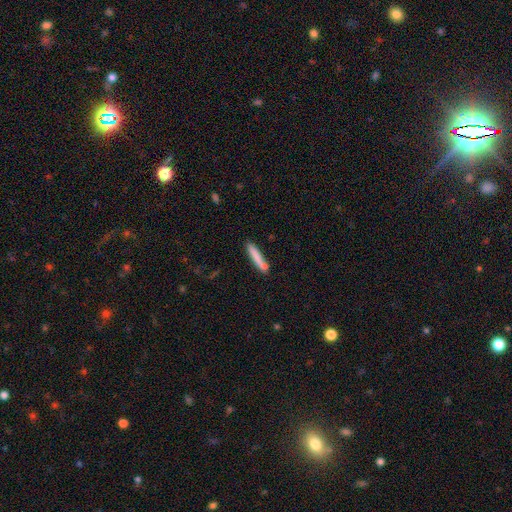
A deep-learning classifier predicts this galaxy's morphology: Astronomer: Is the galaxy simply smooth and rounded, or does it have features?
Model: smooth — 77%.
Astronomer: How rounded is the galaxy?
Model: cigar-shaped — 92%.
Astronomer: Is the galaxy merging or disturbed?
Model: none — 72%.